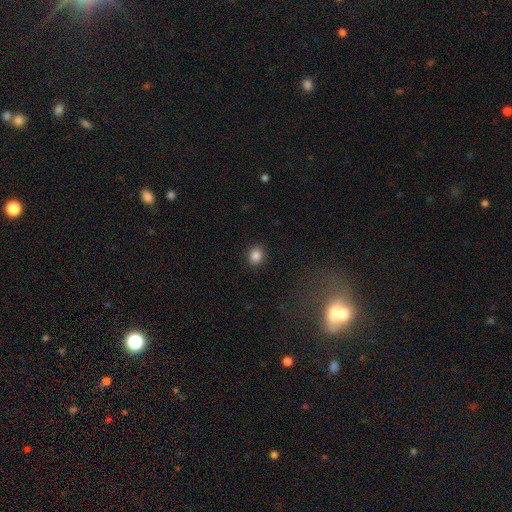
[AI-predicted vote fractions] A smooth galaxy with no disk features (86%) that is round (77%). Merging: none (91%).